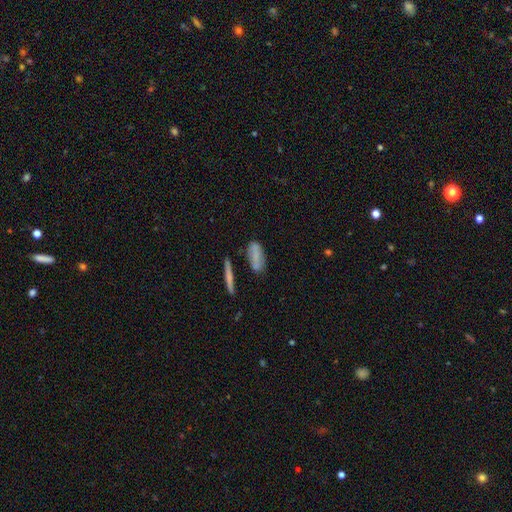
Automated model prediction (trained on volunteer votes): Smooth or featured? smooth (72%)
How rounded? in between (65%)
Merging? none (65%)